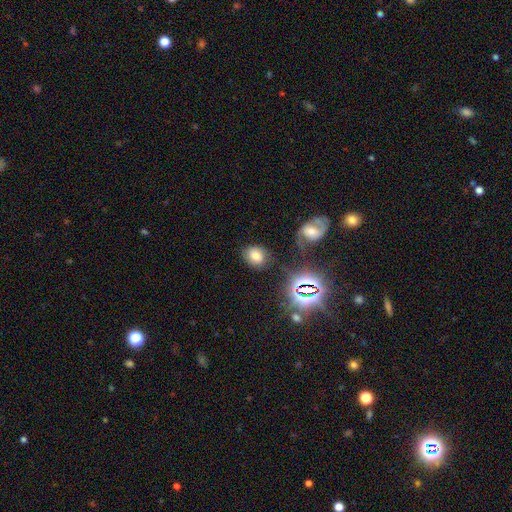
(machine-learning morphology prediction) smooth-or-featured: smooth: 67% | star or artifact: 18% | featured or disk: 14%
  how-rounded: in between: 52% | round: 46% | cigar-shaped: 1%
  merging: none: 75% | minor disturbance: 15% | major disturbance: 6% | merger: 4%